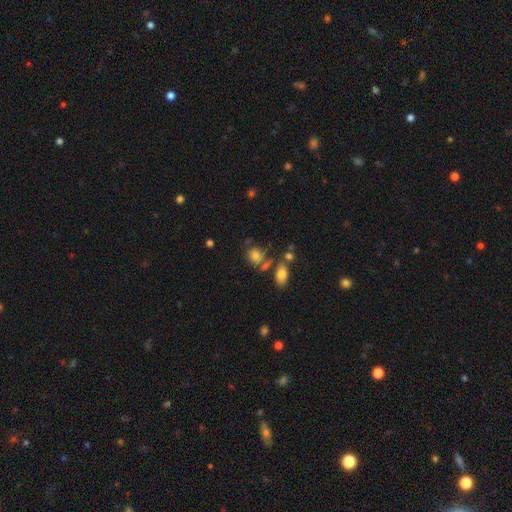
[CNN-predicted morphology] A smooth galaxy with no disk features (77%) that is round (54%). Merging: none (56%).